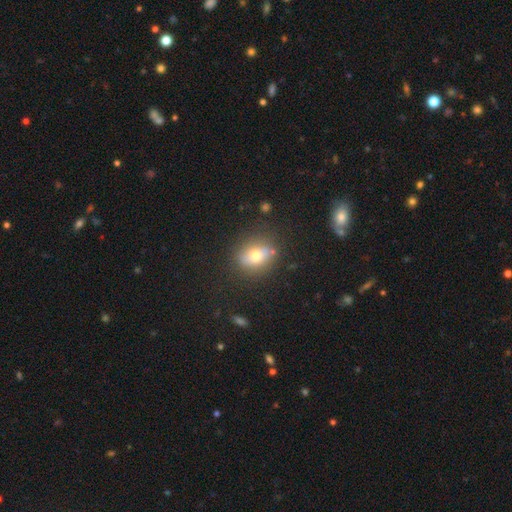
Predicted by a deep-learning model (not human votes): A smooth galaxy with no disk features (64%) that is round (50%).

Vote fractions:
- Smooth or featured? smooth: 64% / featured or disk: 25% / star or artifact: 11%
- How rounded? round: 50% / in between: 46% / cigar-shaped: 4%
- Merging? none: 81% / minor disturbance: 12% / major disturbance: 4% / merger: 3%